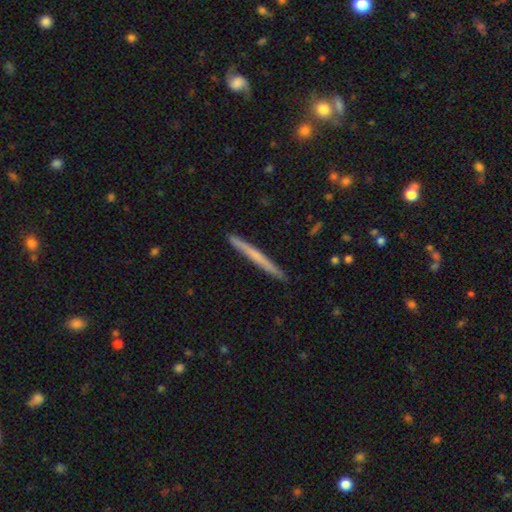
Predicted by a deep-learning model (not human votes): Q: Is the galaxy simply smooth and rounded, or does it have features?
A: smooth — 50%.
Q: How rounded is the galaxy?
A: cigar-shaped — 97%.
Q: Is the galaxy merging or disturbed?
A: none — 92%.